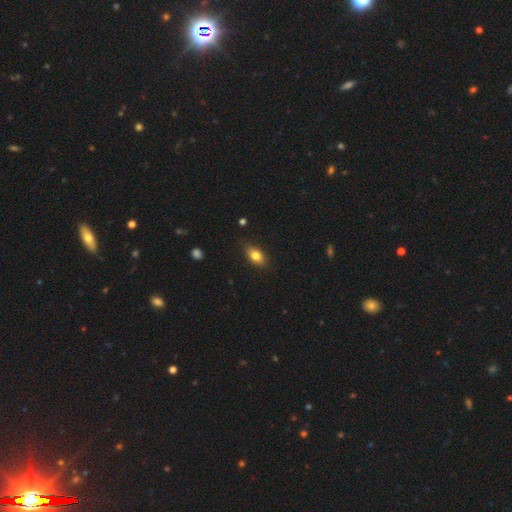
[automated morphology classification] type=smooth (81%); roundness=in between (87%); merging=none (85%).